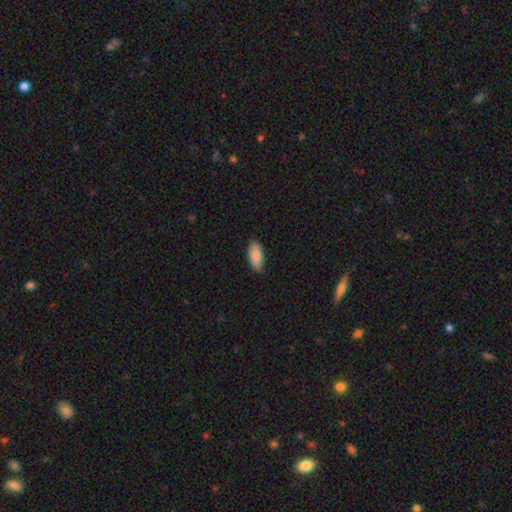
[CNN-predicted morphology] type=smooth (87%); roundness=in between (87%); merging=none (81%).